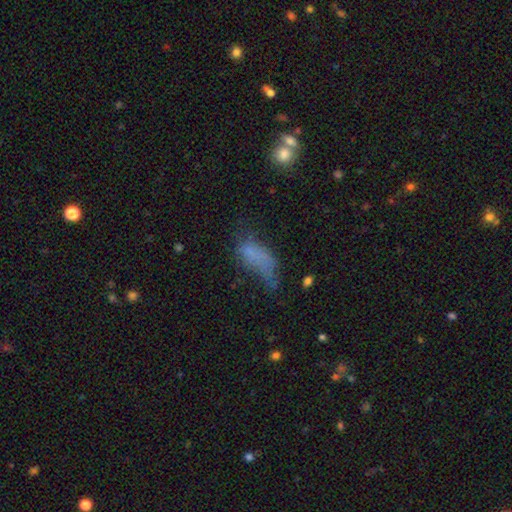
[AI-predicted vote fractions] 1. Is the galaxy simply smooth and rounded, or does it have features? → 56% smooth, 27% featured or disk, 16% star or artifact.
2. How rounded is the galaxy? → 77% in between, 18% cigar-shaped, 5% round.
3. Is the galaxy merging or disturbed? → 42% major disturbance, 26% minor disturbance, 24% none, 7% merger.